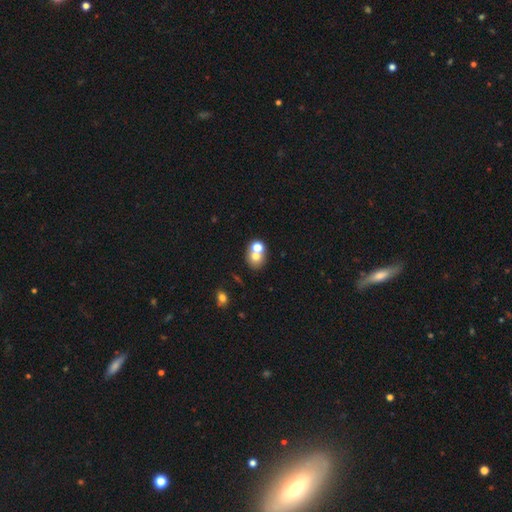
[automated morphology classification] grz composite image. It shows a smooth galaxy with no disk features (69%) that is round (68%). Merging: merger (45%, tied with none).